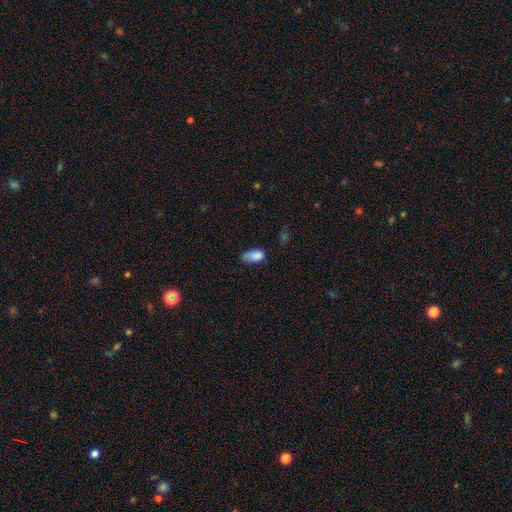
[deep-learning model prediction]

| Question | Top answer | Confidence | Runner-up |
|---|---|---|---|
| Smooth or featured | smooth | 84% | star or artifact (9%) |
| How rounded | in between | 91% | cigar-shaped (5%) |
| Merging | minor disturbance | 42% | none (39%) |